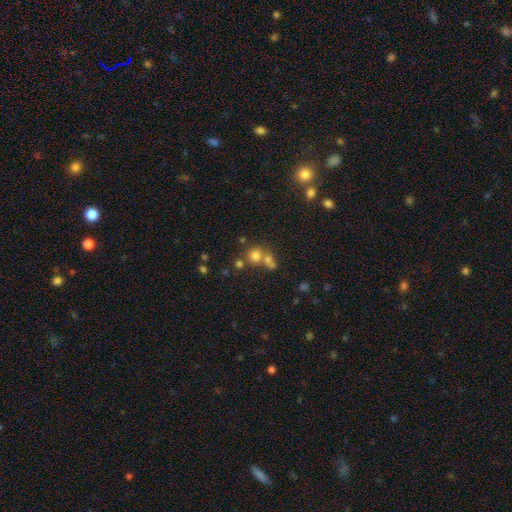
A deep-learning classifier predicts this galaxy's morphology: Smooth or featured: smooth — 70% (star or artifact — 18%)
How rounded: round — 86% (in between — 12%)
Merging: none — 50% (merger — 39%)